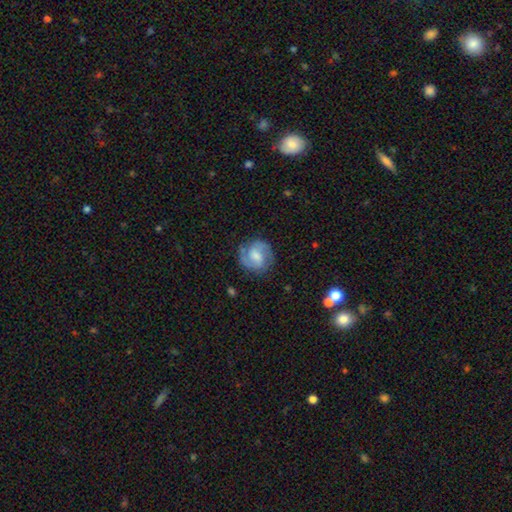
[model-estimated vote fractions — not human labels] The model was most divided on "bulge size": moderate: 43%, small: 31%, none: 12%, large: 11%, dominant: 2%. More confident: edge-on disk — no (98%); spiral arms — yes (95%); spiral arm count — 2 (87%); merging — none (79%); smooth or featured — featured or disk (77%); bar — weak (53%); spiral winding — medium (51%).